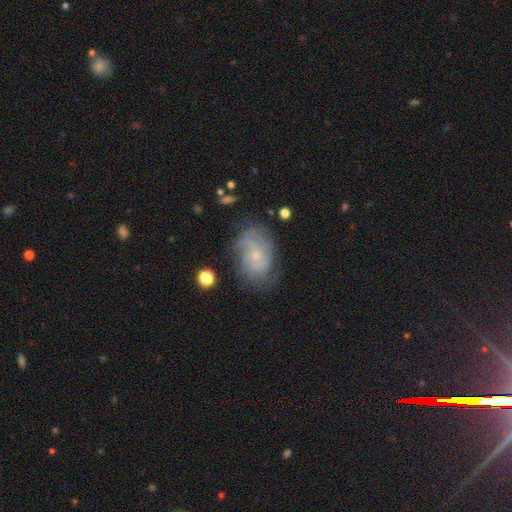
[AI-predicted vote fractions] The model was most divided on "spiral winding": tight: 48%, medium: 37%, loose: 15%. Remaining: edge-on disk — no (97%); spiral arms — yes (88%); bulge size — small (75%); bar — no (74%); smooth or featured — featured or disk (68%); merging — none (66%); spiral arm count — can't tell (41%).